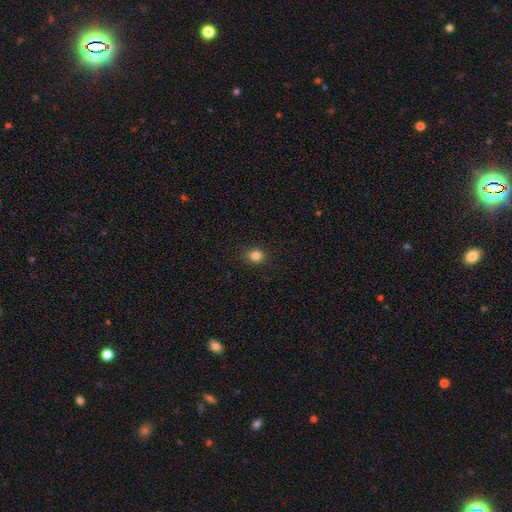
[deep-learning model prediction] This appears to be a smooth galaxy with no disk features (83%) that is round (75%). Merging: none (89%).